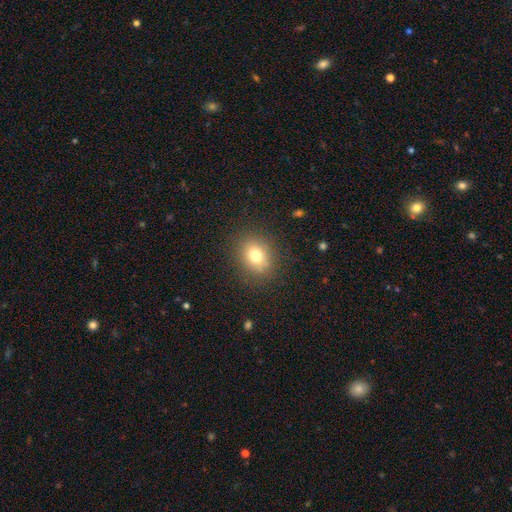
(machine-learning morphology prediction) This appears to be a smooth galaxy with no disk features (75%) that is round (64%). Merging: none (85%).